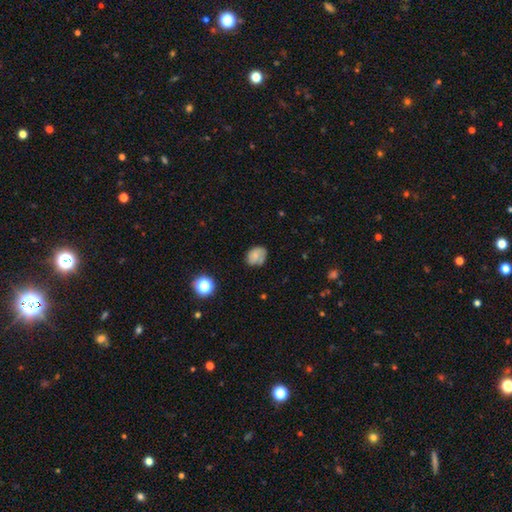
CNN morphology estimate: Smooth or featured? smooth (58%)
How rounded? in between (57%)
Merging? none (60%)